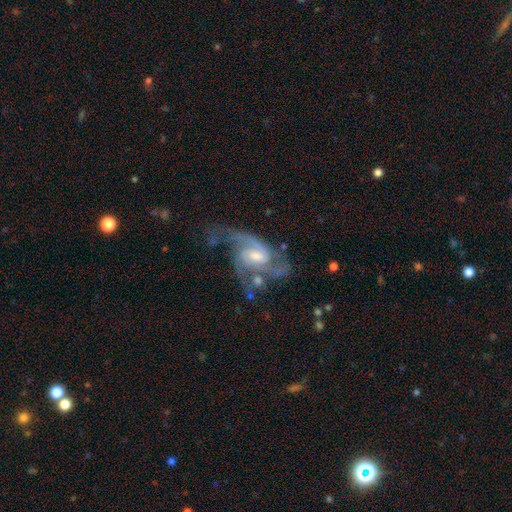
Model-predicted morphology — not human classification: This appears to be a featured or disk galaxy (89%) with a weak bar (55%), 2 (46%) medium (54%) spiral arms (97%) and a moderate central bulge (53%). Merging: none (50%).